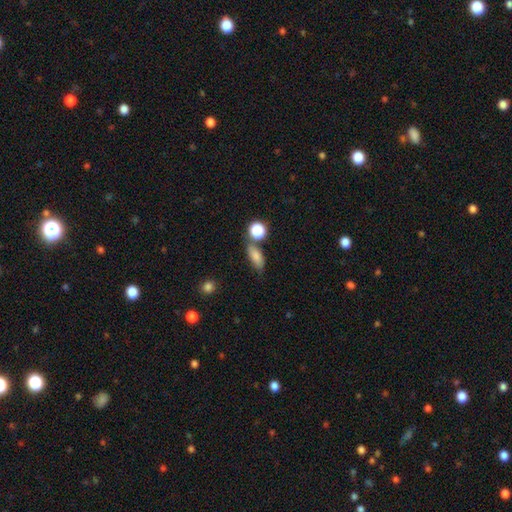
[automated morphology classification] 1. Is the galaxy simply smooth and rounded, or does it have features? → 80% smooth, 11% star or artifact, 10% featured or disk.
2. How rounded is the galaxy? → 71% in between, 20% cigar-shaped, 9% round.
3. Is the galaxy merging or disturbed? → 66% none, 16% minor disturbance, 13% merger, 5% major disturbance.